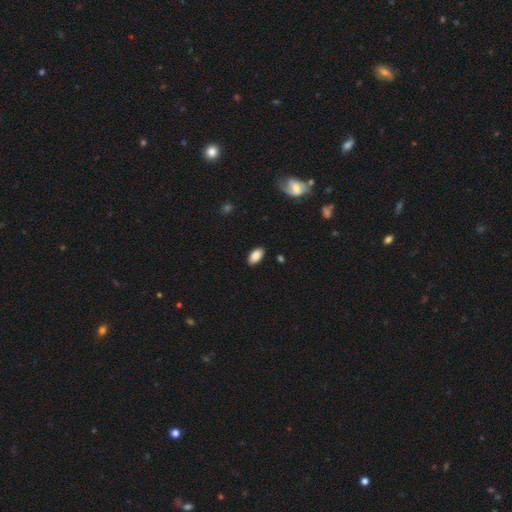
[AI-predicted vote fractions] A smooth galaxy with no disk features (87%) that is in between round and cigar-shaped (94%). Merging: none (87%).